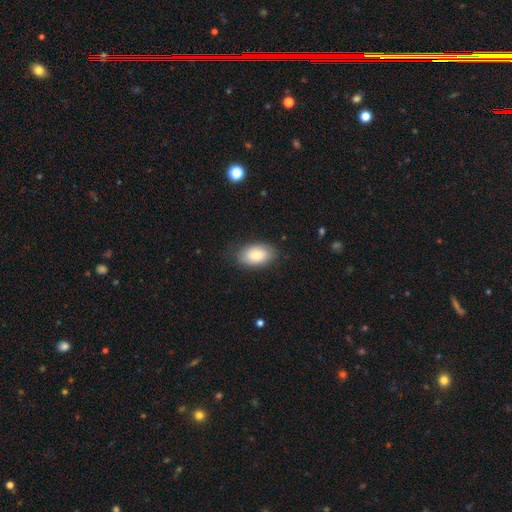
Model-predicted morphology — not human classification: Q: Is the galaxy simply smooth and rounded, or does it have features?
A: smooth — 82%.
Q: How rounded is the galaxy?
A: in between — 93%.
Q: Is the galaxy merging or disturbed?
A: none — 80%.